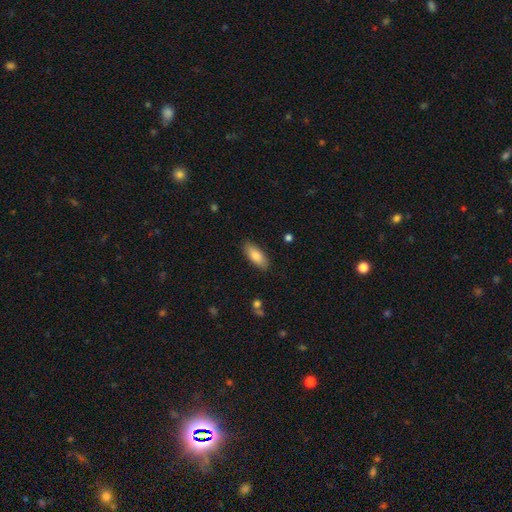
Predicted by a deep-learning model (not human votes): Smooth or featured?
  - smooth: 84% *
  - featured or disk: 10%
  - star or artifact: 6%
How rounded?
  - in between: 80% *
  - cigar-shaped: 19%
  - round: 2%
Merging?
  - none: 86% *
  - minor disturbance: 10%
  - major disturbance: 2%
  - merger: 1%